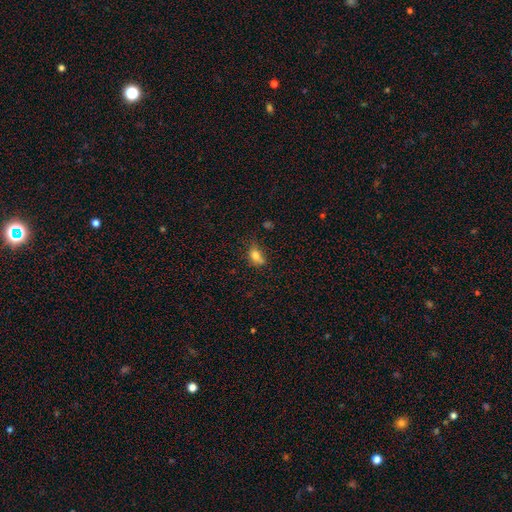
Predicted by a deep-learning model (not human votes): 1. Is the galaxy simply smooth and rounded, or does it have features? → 79% smooth, 11% star or artifact, 10% featured or disk.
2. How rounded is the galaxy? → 75% in between, 22% round, 3% cigar-shaped.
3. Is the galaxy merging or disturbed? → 51% none, 32% minor disturbance, 11% major disturbance, 6% merger.